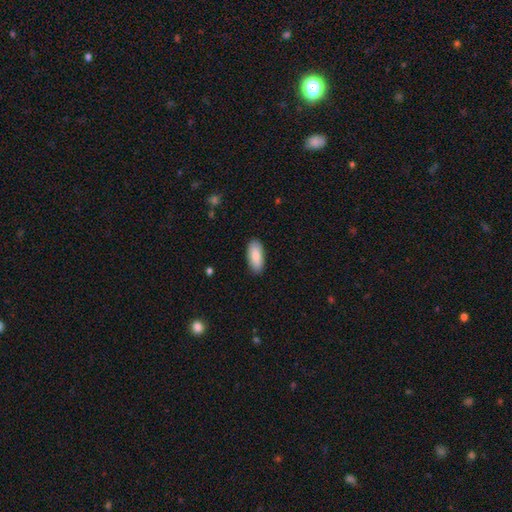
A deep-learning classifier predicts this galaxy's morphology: Smooth or featured?
  - smooth: 86% *
  - featured or disk: 8%
  - star or artifact: 6%
How rounded?
  - in between: 87% *
  - cigar-shaped: 11%
  - round: 2%
Merging?
  - none: 88% *
  - minor disturbance: 9%
  - major disturbance: 2%
  - merger: 1%